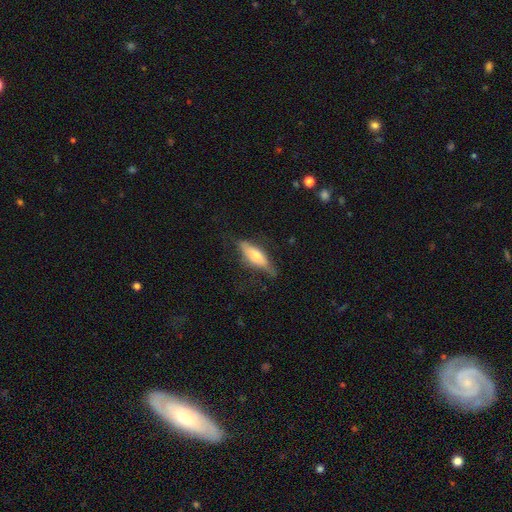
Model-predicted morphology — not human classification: Smooth or featured? Predicted: smooth (p=0.57). How rounded? Predicted: in between (p=0.56). Merging? Predicted: none (p=0.58).